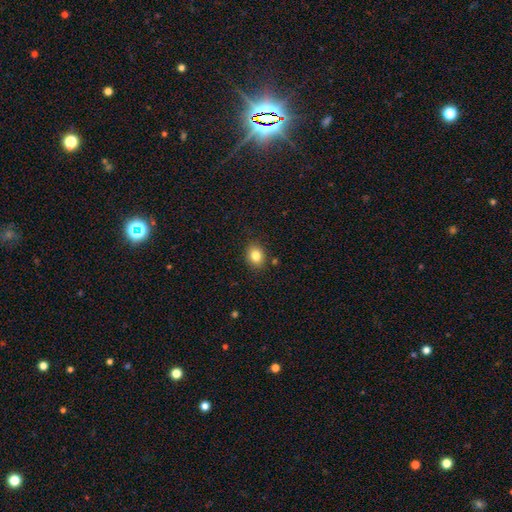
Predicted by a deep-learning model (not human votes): smooth-or-featured: smooth: 82% | star or artifact: 10% | featured or disk: 7%
  how-rounded: round: 52% | in between: 47% | cigar-shaped: 1%
  merging: none: 86% | minor disturbance: 10% | major disturbance: 2% | merger: 2%